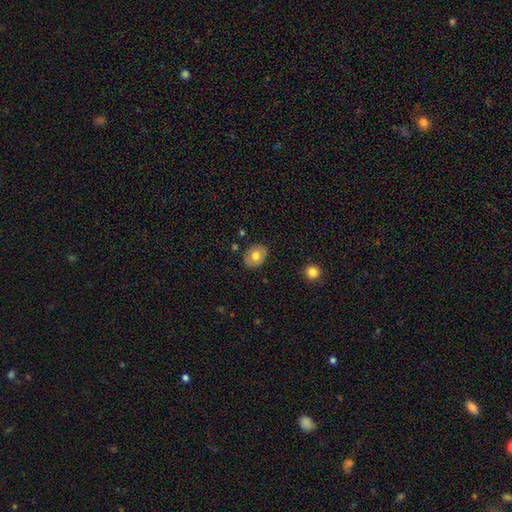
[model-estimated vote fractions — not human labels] This appears to be a smooth galaxy with no disk features (73%) that is in between round and cigar-shaped (54%). Merging: none (84%).